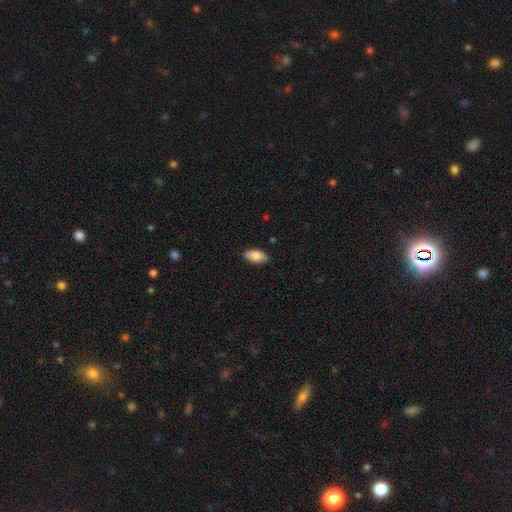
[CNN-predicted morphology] The model was most divided on "merging": none: 86%, minor disturbance: 11%, major disturbance: 2%, merger: 1%. More confident: how rounded — in between (92%); smooth or featured — smooth (85%).